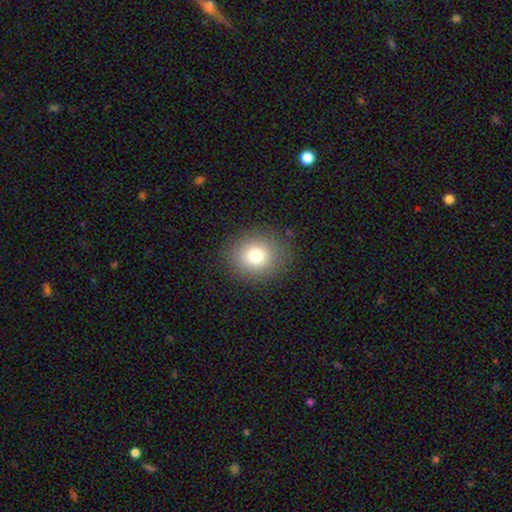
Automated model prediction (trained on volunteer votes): A smooth galaxy with no disk features (76%) that is round (76%).

Vote fractions:
- Smooth or featured? smooth: 76% / star or artifact: 13% / featured or disk: 10%
- How rounded? round: 76% / in between: 23% / cigar-shaped: 1%
- Merging? none: 87% / minor disturbance: 9% / major disturbance: 4% / merger: 1%